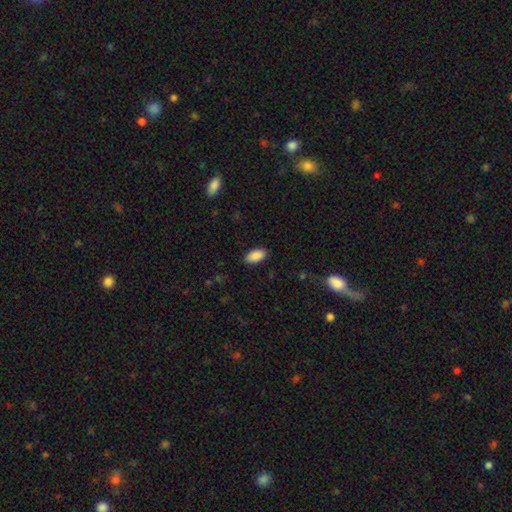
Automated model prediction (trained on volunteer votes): The model was most divided on "merging": none: 87%, minor disturbance: 9%, major disturbance: 2%, merger: 1%. More confident: how rounded — in between (95%); smooth or featured — smooth (89%).